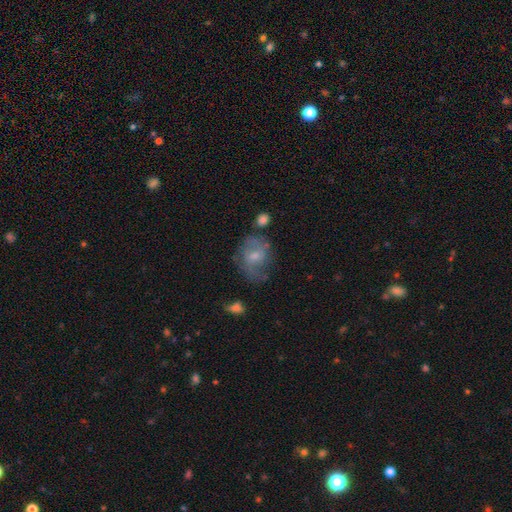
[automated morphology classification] This is possibly a featured or disk galaxy (51%). It is clearly not viewed edge-on (96%). Merging: possibly none (57%).